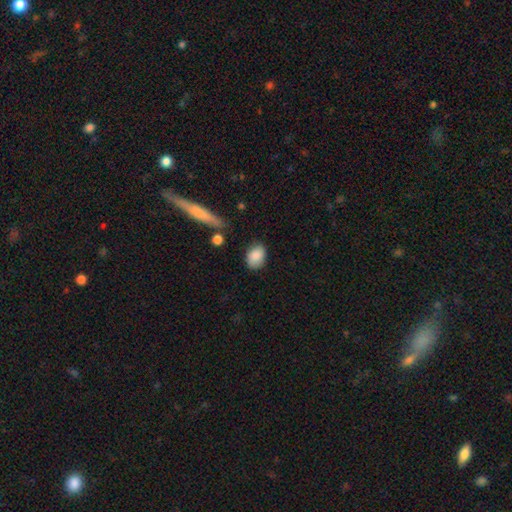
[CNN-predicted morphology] smooth_or_featured: smooth (p=0.86) [alt: featured or disk p=0.07]
how_rounded: in between (p=0.77) [alt: round p=0.21]
merging: none (p=0.76) [alt: minor disturbance p=0.17]